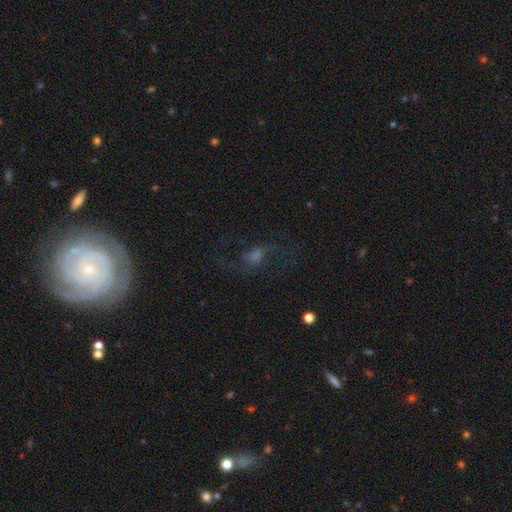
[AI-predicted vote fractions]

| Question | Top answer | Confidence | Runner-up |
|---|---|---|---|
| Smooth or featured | featured or disk | 57% | smooth (22%) |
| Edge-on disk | no | 91% | yes (9%) |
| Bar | no | 56% | weak (35%) |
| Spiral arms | yes | 80% | no (20%) |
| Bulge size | moderate | 37% | small (31%) |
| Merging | none | 62% | major disturbance (20%) |